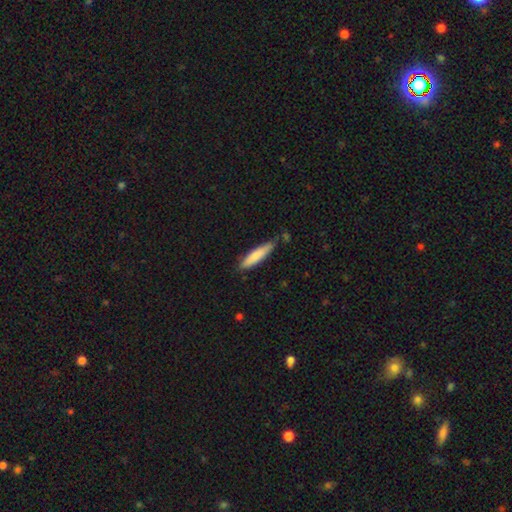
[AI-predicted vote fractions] Overall: smooth (80%). How rounded: cigar-shaped (84%). Merging: none (75%).